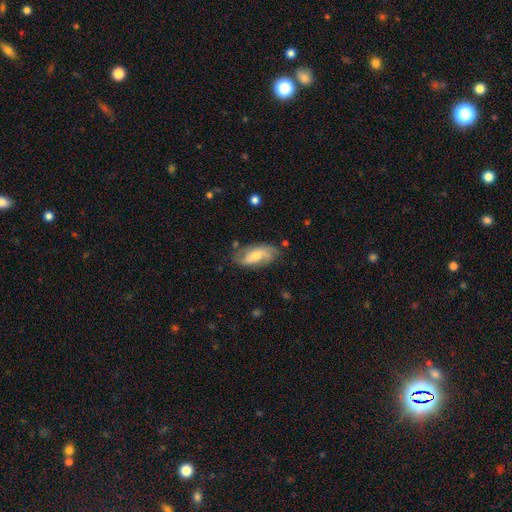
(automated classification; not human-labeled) Smooth or featured?
  - featured or disk: 47% *
  - smooth: 46%
  - star or artifact: 7%
Merging?
  - none: 67% *
  - minor disturbance: 23%
  - major disturbance: 7%
  - merger: 3%